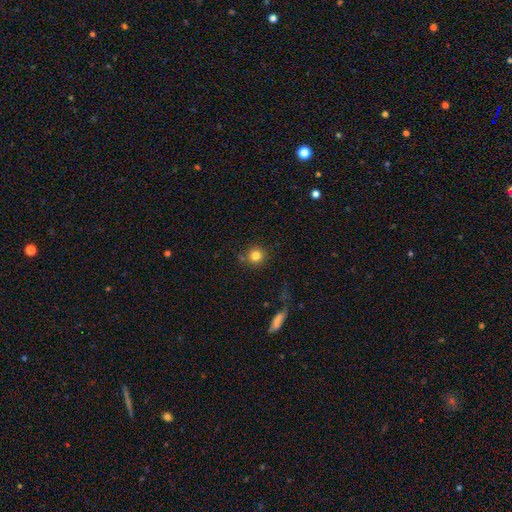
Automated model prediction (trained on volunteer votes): Morphology: type=smooth (82%); roundness=round (93%); merging=none (81%).